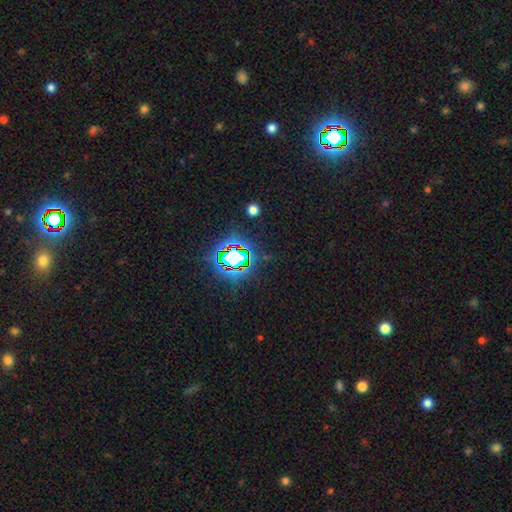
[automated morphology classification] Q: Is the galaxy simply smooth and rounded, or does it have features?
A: star or artifact — 83%.